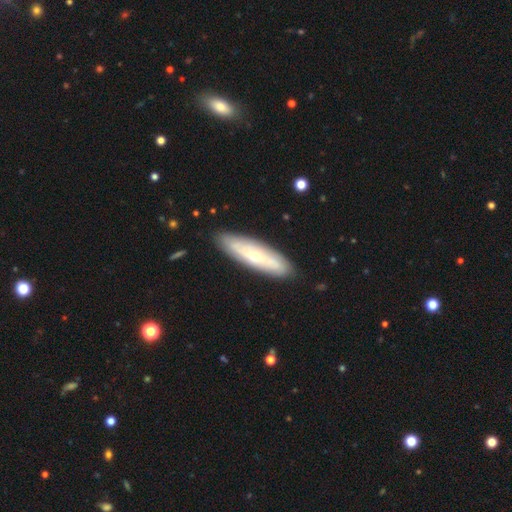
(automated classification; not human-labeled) A featured or disk galaxy (51%). Merging: none (86%).